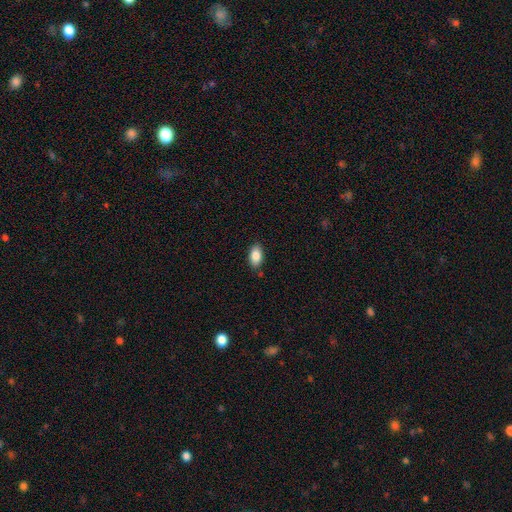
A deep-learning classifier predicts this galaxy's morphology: type=smooth (86%); roundness=in between (92%); merging=none (84%).